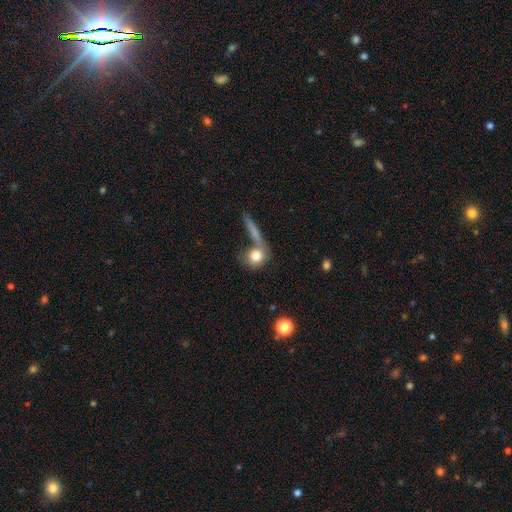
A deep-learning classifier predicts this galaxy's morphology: A smooth galaxy with no disk features (77%) that is round (72%). Merging: none (46%).